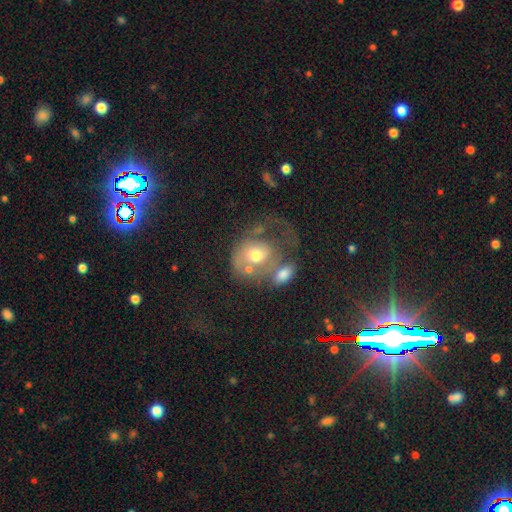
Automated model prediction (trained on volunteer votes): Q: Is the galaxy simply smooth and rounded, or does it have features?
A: featured or disk — 45%.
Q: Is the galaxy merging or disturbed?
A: merger — 43%.